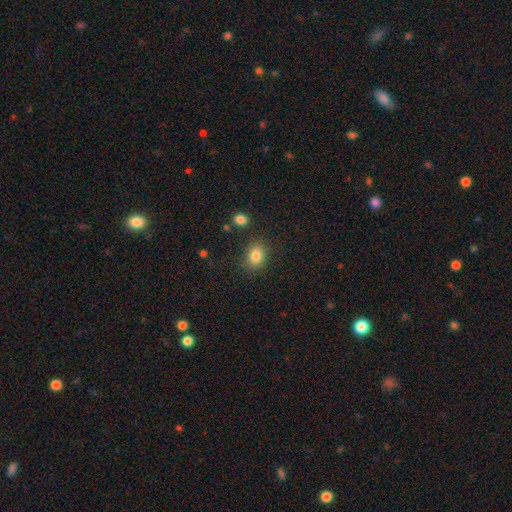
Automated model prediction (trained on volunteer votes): Q: Smooth or featured?
A: smooth (83%); runner-up: star or artifact (10%)
Q: How rounded?
A: in between (56%); runner-up: round (43%)
Q: Merging?
A: none (83%); runner-up: minor disturbance (11%)